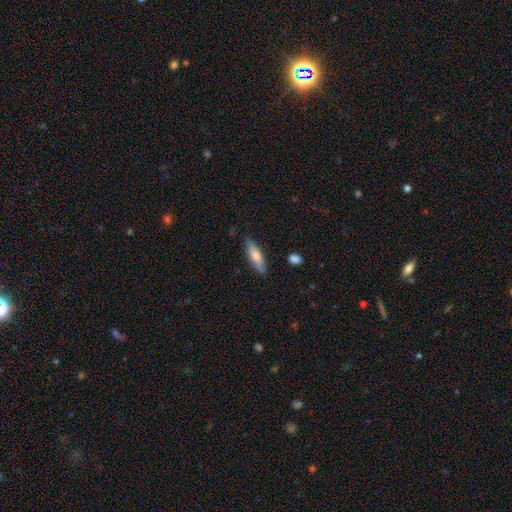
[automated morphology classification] smooth_or_featured: smooth (p=0.67) [alt: featured or disk p=0.27]
how_rounded: cigar-shaped (p=0.55) [alt: in between p=0.43]
merging: none (p=0.82) [alt: minor disturbance p=0.14]